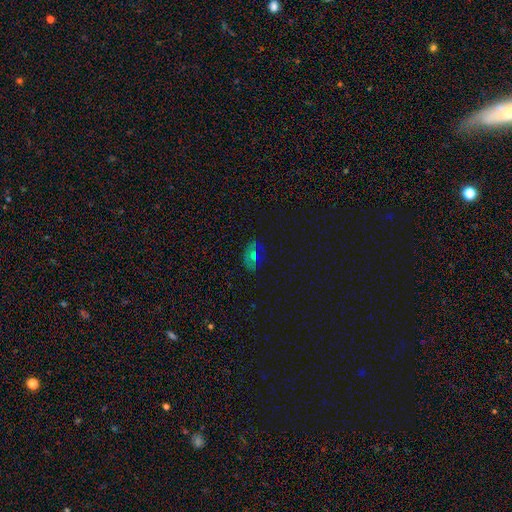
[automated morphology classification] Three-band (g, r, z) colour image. It shows a smooth galaxy with no disk features (37%). Merging: none (76%).